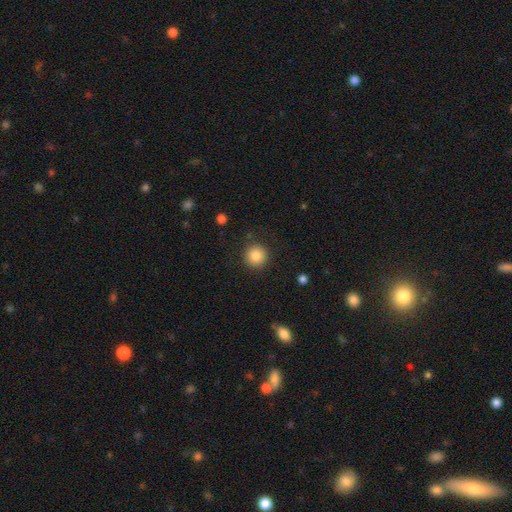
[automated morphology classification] smooth-or-featured: smooth: 85% | star or artifact: 9% | featured or disk: 5%
  how-rounded: round: 95% | in between: 4% | cigar-shaped: 1%
  merging: none: 89% | minor disturbance: 7% | major disturbance: 3% | merger: 1%